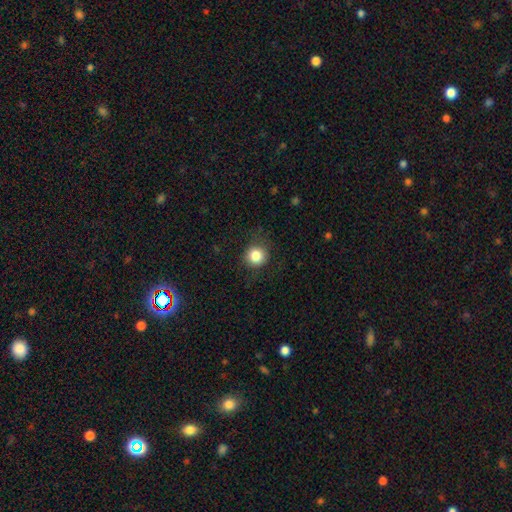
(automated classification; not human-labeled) Morphology: type=smooth (84%); roundness=round (91%); merging=none (85%).